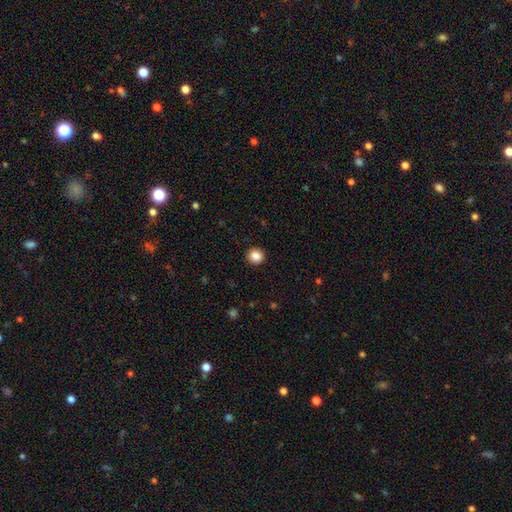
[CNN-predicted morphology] smooth_or_featured: smooth (p=0.86) [alt: star or artifact p=0.10]
how_rounded: round (p=0.92) [alt: in between p=0.07]
merging: none (p=0.92) [alt: minor disturbance p=0.05]